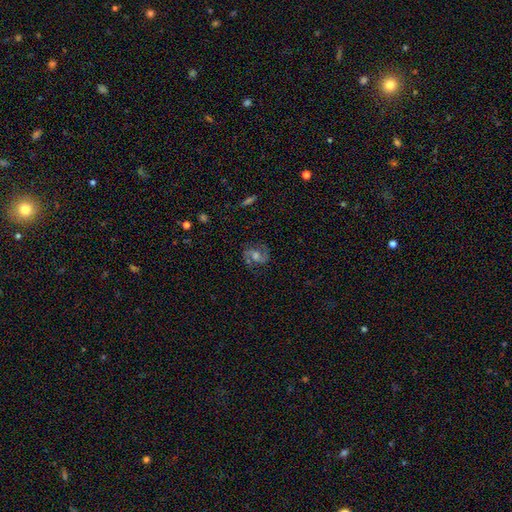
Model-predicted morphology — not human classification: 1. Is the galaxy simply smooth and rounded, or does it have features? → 79% featured or disk, 11% smooth, 10% star or artifact.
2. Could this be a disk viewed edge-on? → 97% no, 3% yes.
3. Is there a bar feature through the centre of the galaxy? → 44% weak, 43% no, 13% strong.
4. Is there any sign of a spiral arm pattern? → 95% yes, 5% no.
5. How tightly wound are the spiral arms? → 55% medium, 23% tight, 22% loose.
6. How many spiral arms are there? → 90% 2, 4% can't tell, 2% 3, 2% 1, 1% 4, 1% more than 4.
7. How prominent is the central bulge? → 58% moderate, 25% small, 11% large, 5% none, 2% dominant.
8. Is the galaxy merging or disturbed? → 81% none, 12% minor disturbance, 6% major disturbance, 2% merger.